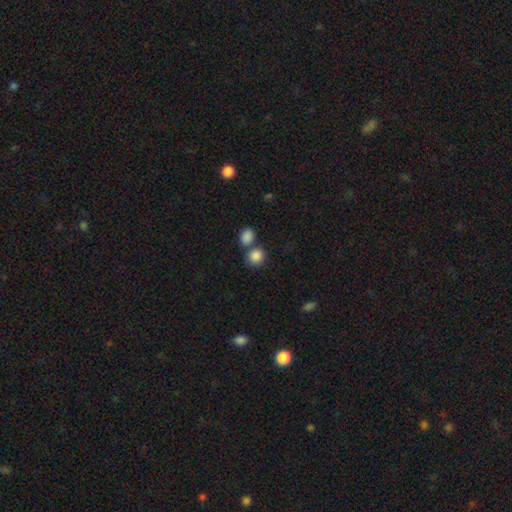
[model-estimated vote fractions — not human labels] smooth-or-featured: smooth: 86% | star or artifact: 9% | featured or disk: 5%
  how-rounded: round: 76% | in between: 23% | cigar-shaped: 1%
  merging: none: 52% | merger: 36% | minor disturbance: 9% | major disturbance: 3%